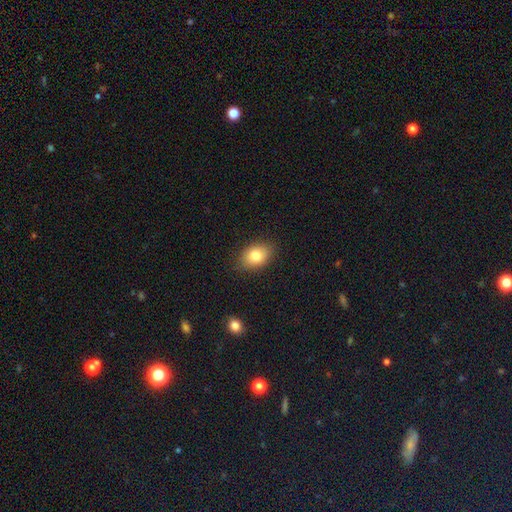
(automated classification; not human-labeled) This is clearly a smooth galaxy (81%). How rounded: clearly in between (81%). Merging: clearly none (87%).